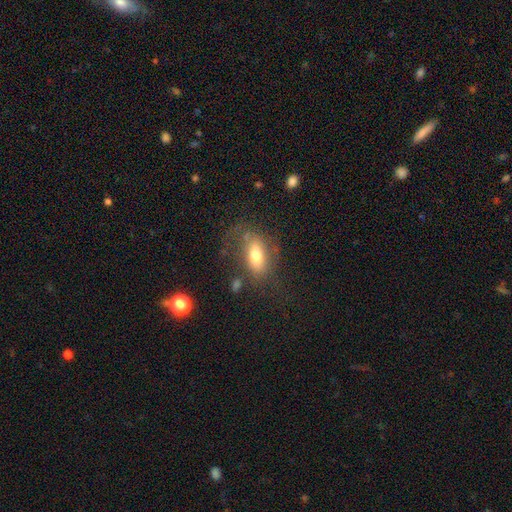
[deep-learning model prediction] This is likely a smooth galaxy (62%). How rounded: clearly in between (84%). Merging: possibly none (54%).